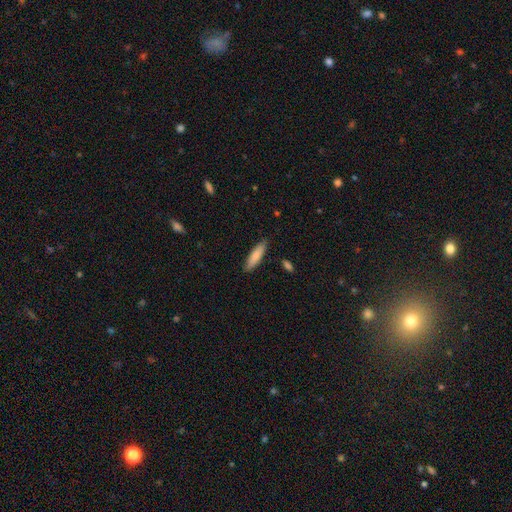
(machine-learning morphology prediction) Smooth or featured?
  - smooth: 81% *
  - featured or disk: 14%
  - star or artifact: 6%
How rounded?
  - cigar-shaped: 69% *
  - in between: 30%
  - round: 1%
Merging?
  - none: 86% *
  - minor disturbance: 10%
  - major disturbance: 2%
  - merger: 2%